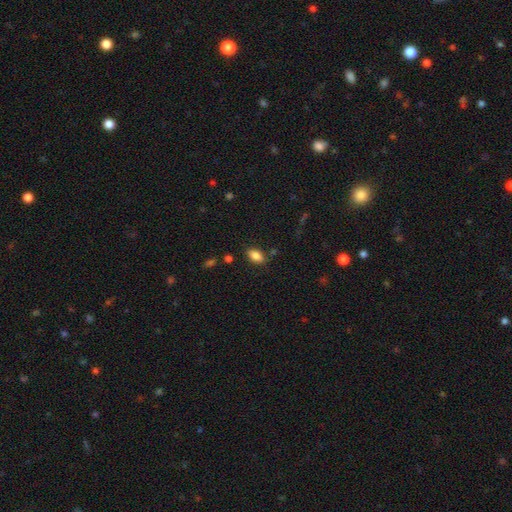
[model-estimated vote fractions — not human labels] smooth-or-featured: smooth: 85% | star or artifact: 9% | featured or disk: 6%
  how-rounded: in between: 90% | round: 6% | cigar-shaped: 4%
  merging: none: 83% | minor disturbance: 12% | merger: 3% | major disturbance: 3%